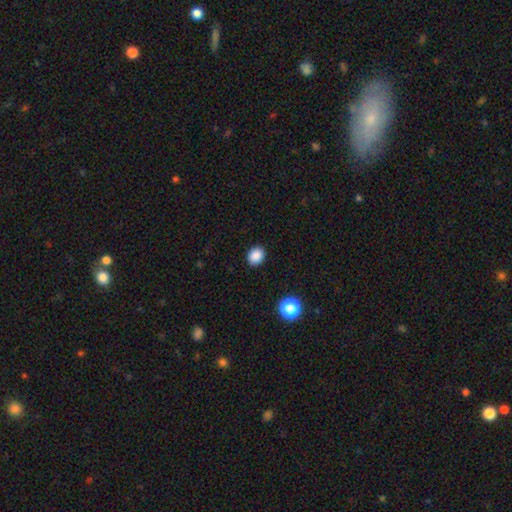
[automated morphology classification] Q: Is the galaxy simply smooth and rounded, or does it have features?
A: smooth — 87%.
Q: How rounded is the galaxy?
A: round — 57%.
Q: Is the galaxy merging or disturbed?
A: none — 90%.